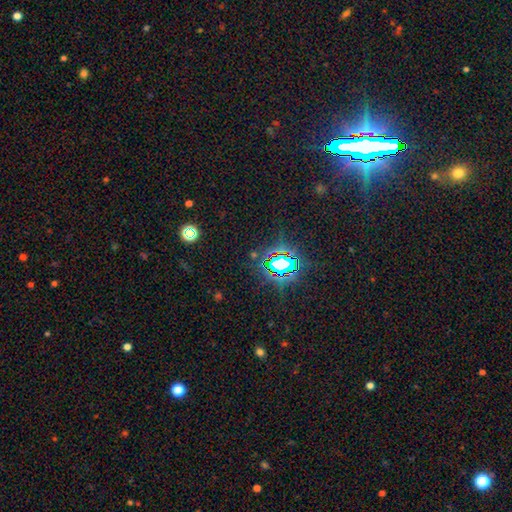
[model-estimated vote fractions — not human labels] Morphology: type=star or artifact (77%).